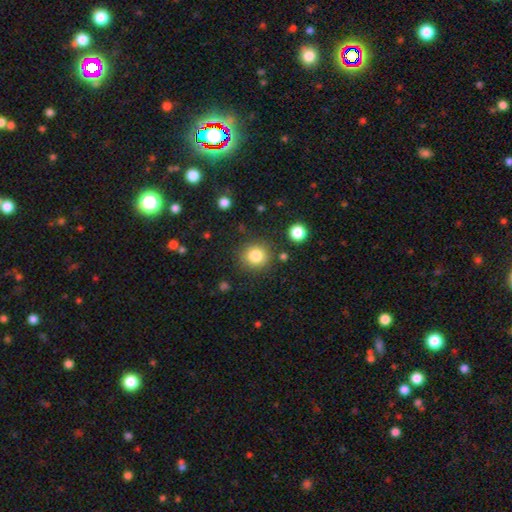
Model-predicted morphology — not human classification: Q: Smooth or featured?
A: smooth (82%); runner-up: star or artifact (11%)
Q: How rounded?
A: round (90%); runner-up: in between (9%)
Q: Merging?
A: none (85%); runner-up: minor disturbance (8%)